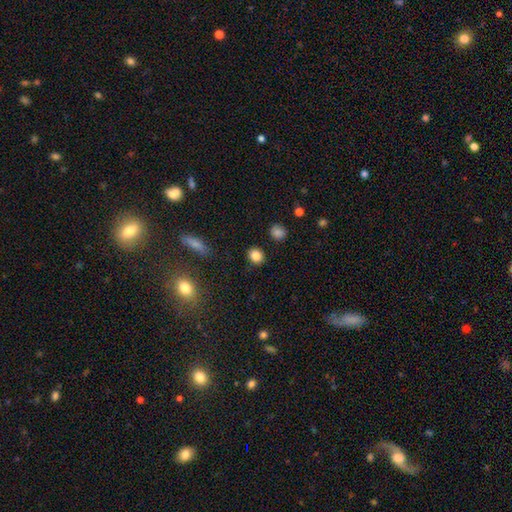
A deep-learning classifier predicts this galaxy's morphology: Q: Smooth or featured?
A: smooth (85%); runner-up: star or artifact (10%)
Q: How rounded?
A: round (75%); runner-up: in between (24%)
Q: Merging?
A: none (89%); runner-up: minor disturbance (7%)